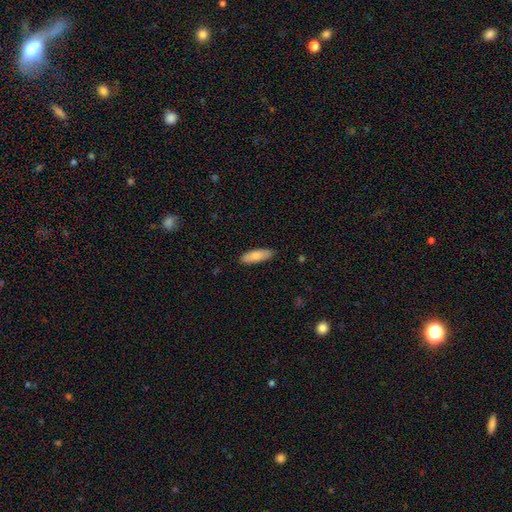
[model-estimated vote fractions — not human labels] The model was most divided on "how rounded": in between: 57%, cigar-shaped: 42%, round: 2%. More confident: merging — none (87%); smooth or featured — smooth (83%).